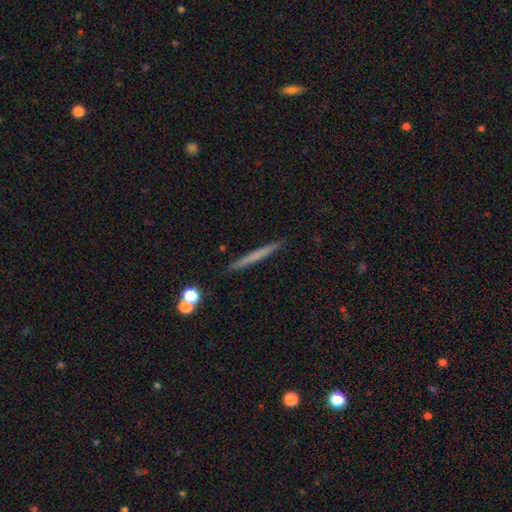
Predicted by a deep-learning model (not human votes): Q: Smooth or featured?
A: smooth (55%); runner-up: featured or disk (38%)
Q: How rounded?
A: cigar-shaped (96%); runner-up: in between (2%)
Q: Merging?
A: none (90%); runner-up: minor disturbance (6%)